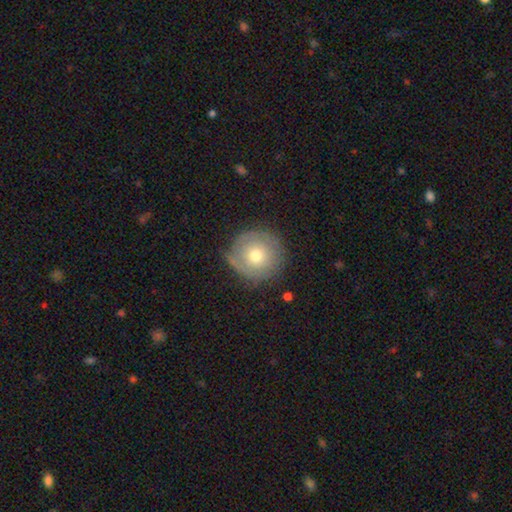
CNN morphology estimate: Smooth or featured? Predicted: smooth (p=0.62). How rounded? Predicted: round (p=0.95). Merging? Predicted: none (p=0.77).